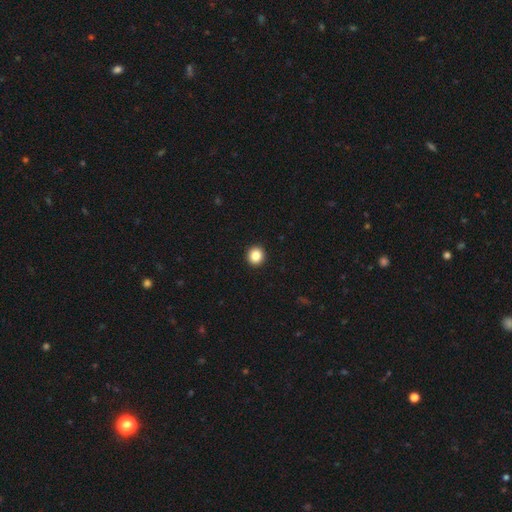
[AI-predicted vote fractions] Overall: smooth (86%). How rounded: round (92%). Merging: none (94%).